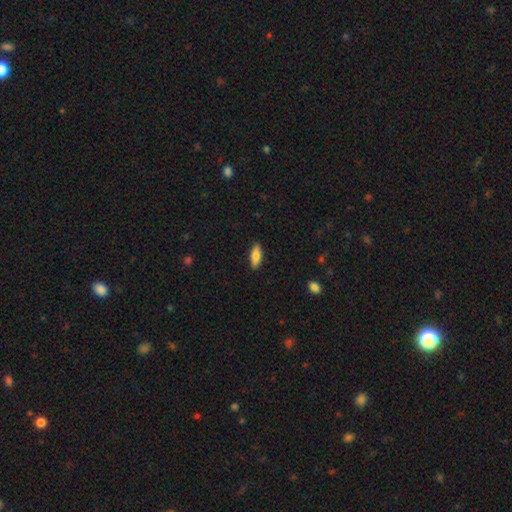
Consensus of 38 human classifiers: This is likely a smooth galaxy (71%). How rounded: clearly cigar-shaped (81%). Merging: clearly none (86%).